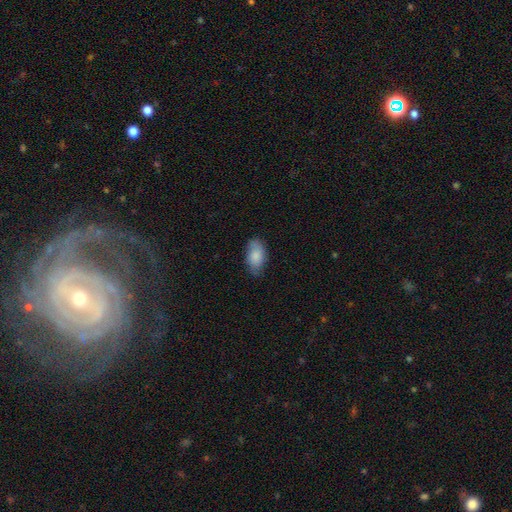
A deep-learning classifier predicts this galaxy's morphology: type=smooth (83%); roundness=in between (93%); merging=none (73%).